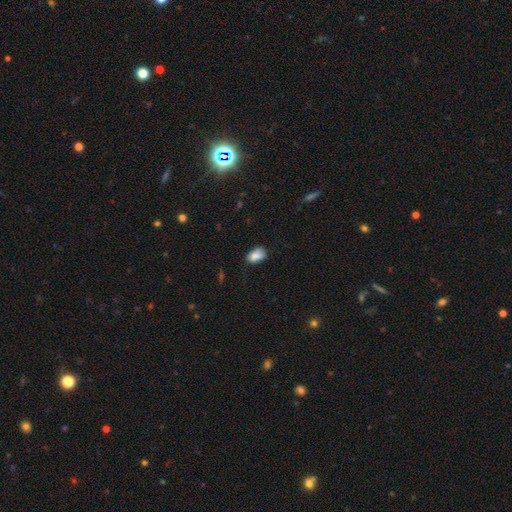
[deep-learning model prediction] This appears to be a smooth galaxy with no disk features (82%) that is in between round and cigar-shaped (87%). Merging: none (59%).